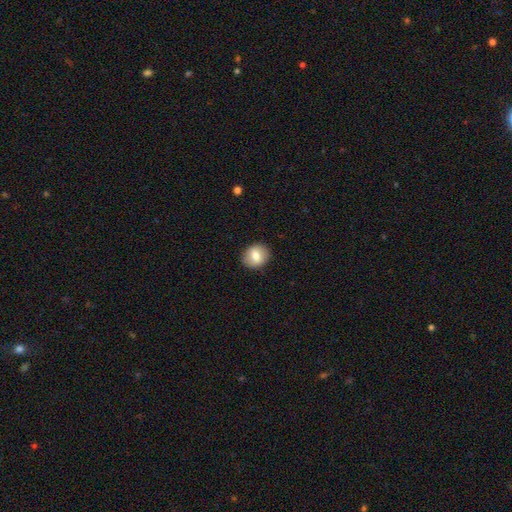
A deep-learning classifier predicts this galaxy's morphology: smooth 75%, featured or disk 18%, star or artifact 8%. Down the decision tree: how rounded — round (65%); merging — none (89%).